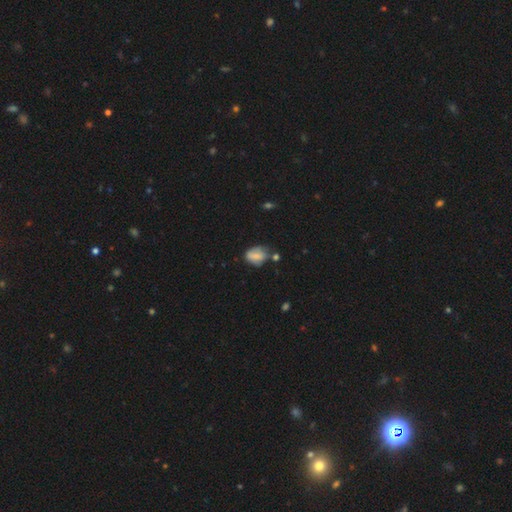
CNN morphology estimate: The model was most divided on "merging": none: 47%, minor disturbance: 32%, merger: 11%, major disturbance: 10%. More confident: how rounded — in between (72%); smooth or featured — smooth (72%).